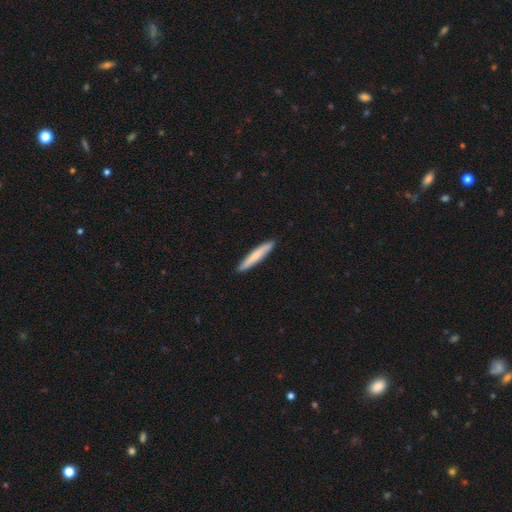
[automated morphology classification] smooth 69%, featured or disk 26%, star or artifact 5%. Down the decision tree: how rounded — cigar-shaped (94%); merging — none (92%).